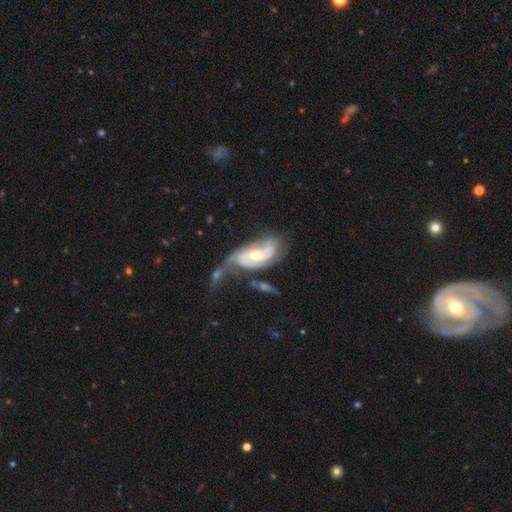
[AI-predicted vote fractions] A featured or disk galaxy (77%) with no bar (53%), 2 (59%) medium (39%) spiral arms (90%) and a moderate central bulge (58%). Merging: major disturbance (28%, tied with merger).